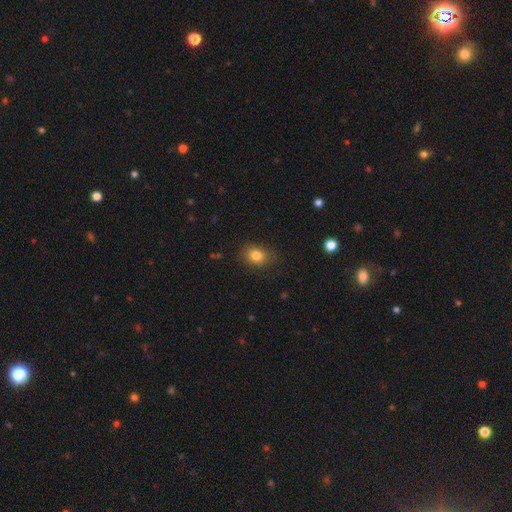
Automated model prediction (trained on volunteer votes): Smooth or featured: smooth — 81% (star or artifact — 11%)
How rounded: in between — 53% (round — 46%)
Merging: none — 83% (minor disturbance — 12%)